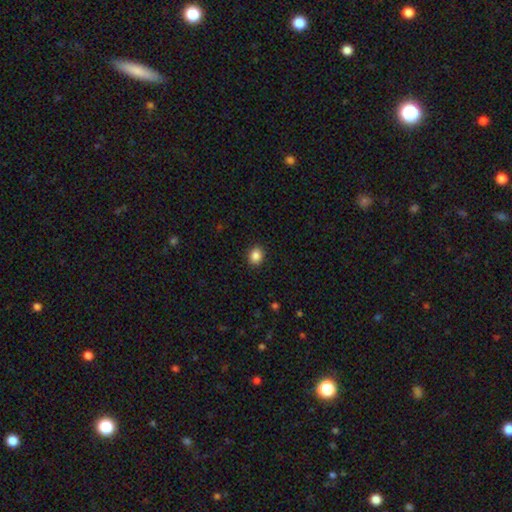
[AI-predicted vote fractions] A smooth galaxy with no disk features (86%) that is round (63%). Merging: none (91%).